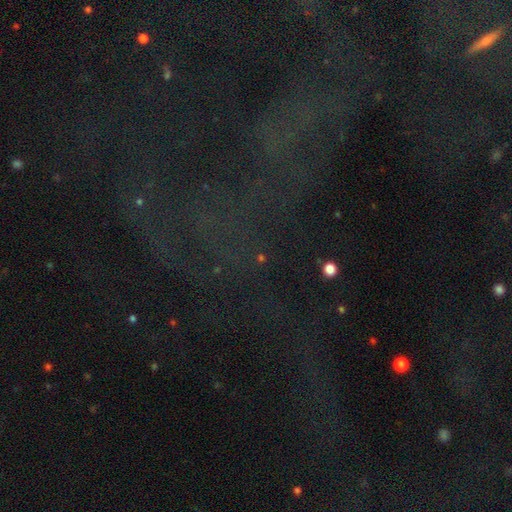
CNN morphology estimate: Overall: star or artifact (69%).